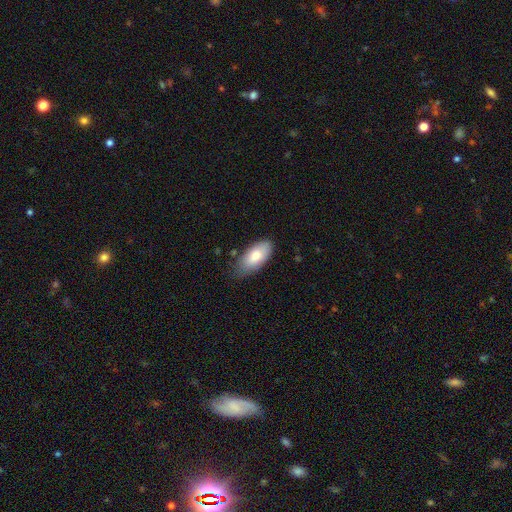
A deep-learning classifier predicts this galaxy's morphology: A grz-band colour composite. It shows a smooth galaxy with no disk features (80%) that is in between round and cigar-shaped (90%). Merging: none (68%).